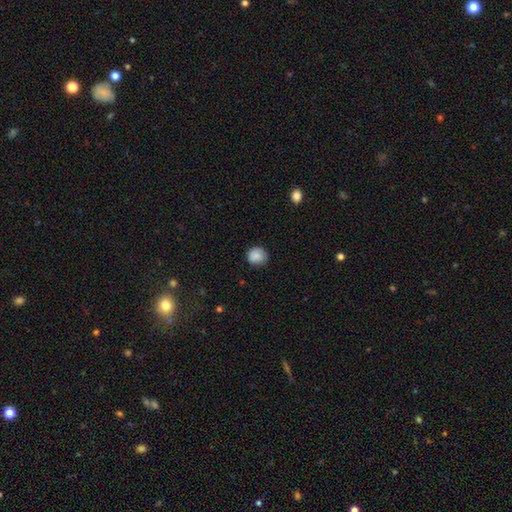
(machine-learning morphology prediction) smooth_or_featured: smooth (p=0.86) [alt: star or artifact p=0.08]
how_rounded: round (p=0.86) [alt: in between p=0.13]
merging: none (p=0.80) [alt: minor disturbance p=0.16]